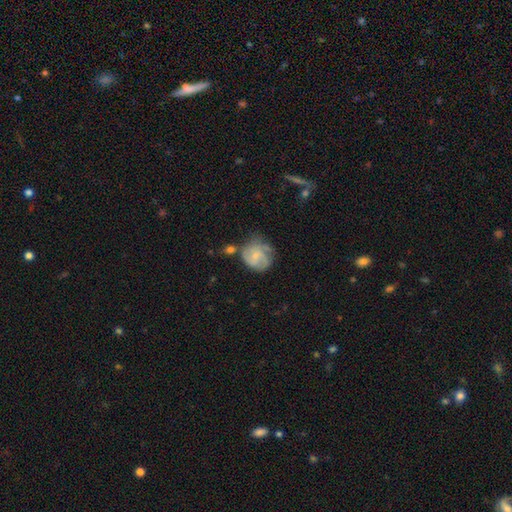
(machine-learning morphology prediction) featured or disk 61%, smooth 32%, star or artifact 7%. Down the decision tree: edge-on disk — no (98%); bar — no (69%); spiral arms — yes (86%); spiral arm count — 3 (33%); spiral winding — tight (44%); bulge size — small (68%); merging — none (47%).